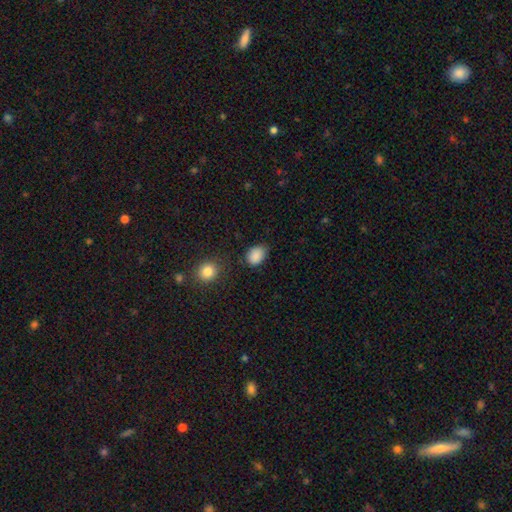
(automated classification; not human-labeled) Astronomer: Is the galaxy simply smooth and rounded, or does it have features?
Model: smooth — 87%.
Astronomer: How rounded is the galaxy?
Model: in between — 70%.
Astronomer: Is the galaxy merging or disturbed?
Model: none — 69%.